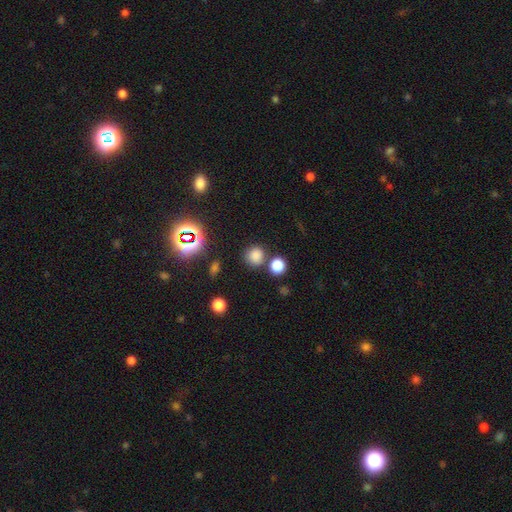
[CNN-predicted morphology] Smooth or featured: smooth — 77% (star or artifact — 18%)
How rounded: round — 87% (in between — 12%)
Merging: none — 73% (merger — 14%)